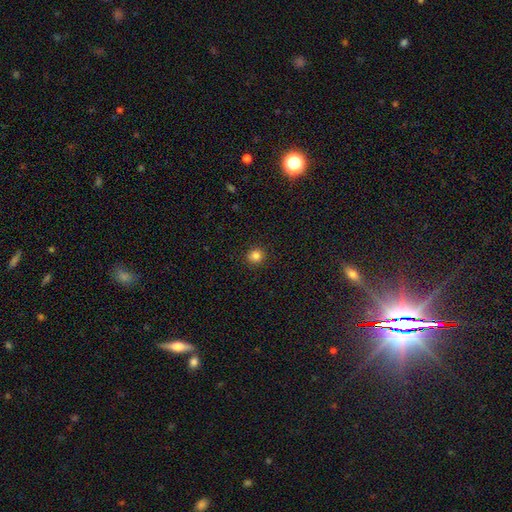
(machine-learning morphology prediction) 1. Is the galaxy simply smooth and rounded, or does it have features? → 84% smooth, 12% star or artifact, 4% featured or disk.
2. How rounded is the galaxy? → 92% round, 7% in between, 1% cigar-shaped.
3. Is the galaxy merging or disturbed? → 92% none, 5% minor disturbance, 2% major disturbance, 1% merger.